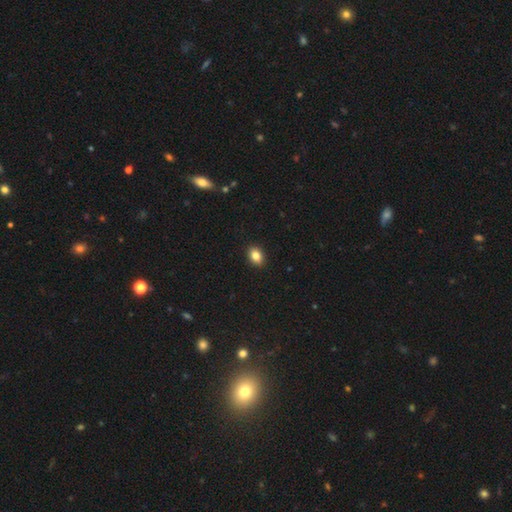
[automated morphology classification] smooth 84%, star or artifact 10%, featured or disk 6%. Down the decision tree: how rounded — in between (70%); merging — none (90%).